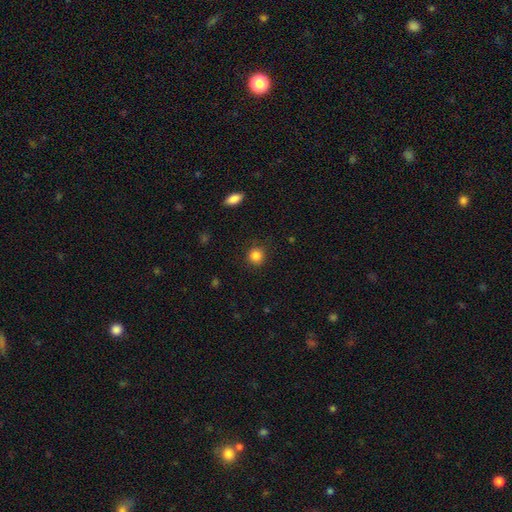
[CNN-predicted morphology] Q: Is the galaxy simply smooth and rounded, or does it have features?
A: smooth — 86%.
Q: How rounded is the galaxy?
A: round — 91%.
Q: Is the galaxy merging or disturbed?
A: none — 88%.